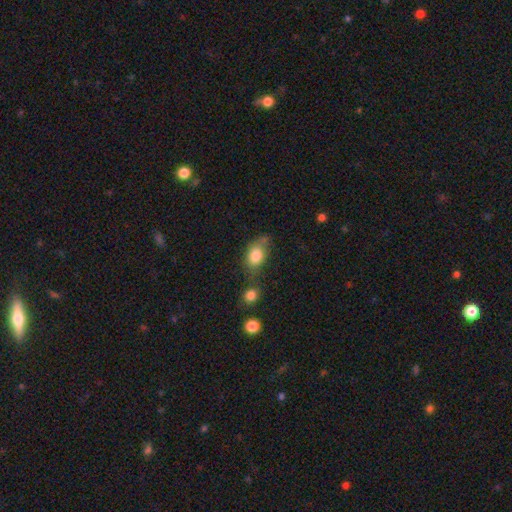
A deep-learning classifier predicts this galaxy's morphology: Smooth or featured? smooth (82%)
How rounded? in between (77%)
Merging? none (48%)